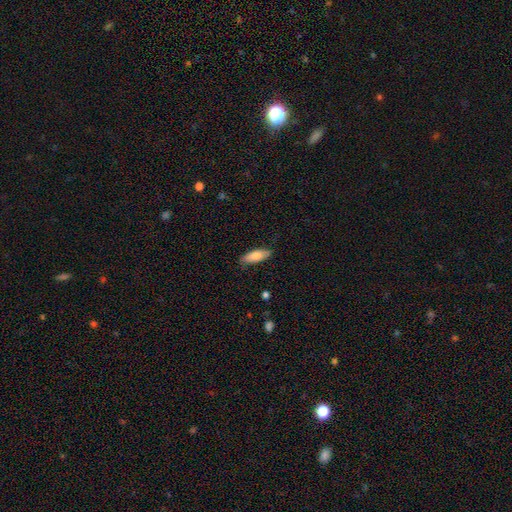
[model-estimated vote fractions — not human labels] Morphology: type=smooth (79%); roundness=in between (67%); merging=none (84%).